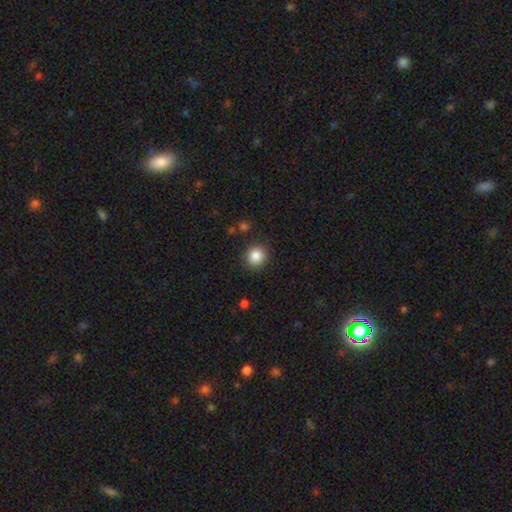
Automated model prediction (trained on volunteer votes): smooth_or_featured: smooth (p=0.86) [alt: star or artifact p=0.10]
how_rounded: round (p=0.88) [alt: in between p=0.11]
merging: none (p=0.89) [alt: minor disturbance p=0.07]